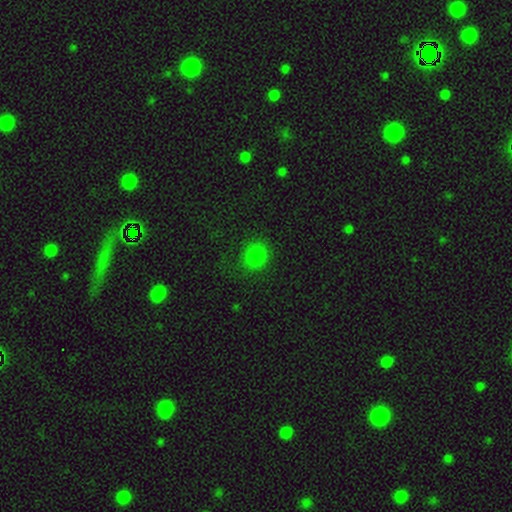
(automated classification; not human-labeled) Morphology: type=smooth (82%); roundness=round (80%); merging=none (85%).